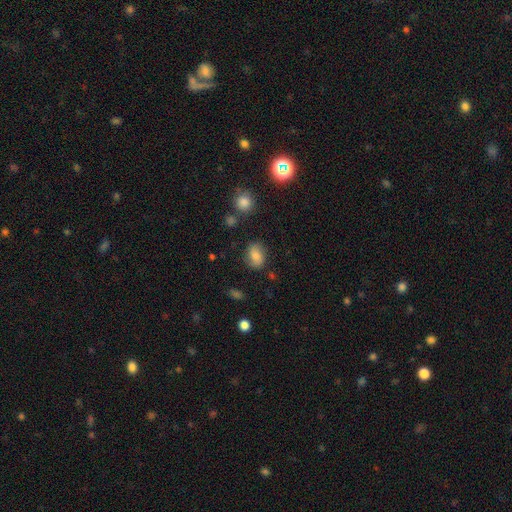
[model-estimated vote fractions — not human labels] smooth 79%, featured or disk 12%, star or artifact 9%. Down the decision tree: how rounded — in between (74%); merging — none (77%).